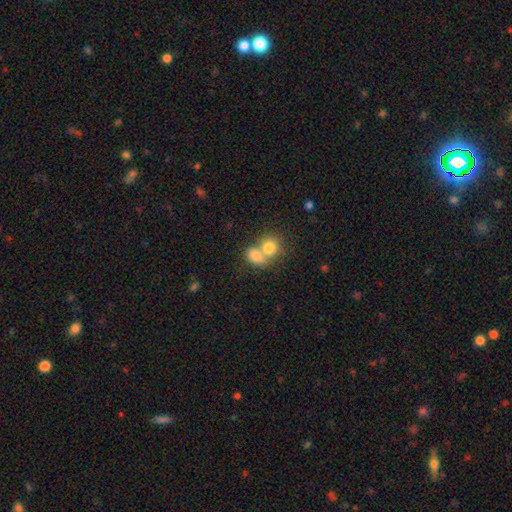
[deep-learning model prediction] smooth_or_featured: smooth (p=0.77) [alt: featured or disk p=0.13]
how_rounded: round (p=0.56) [alt: in between p=0.43]
merging: merger (p=0.68) [alt: none p=0.23]